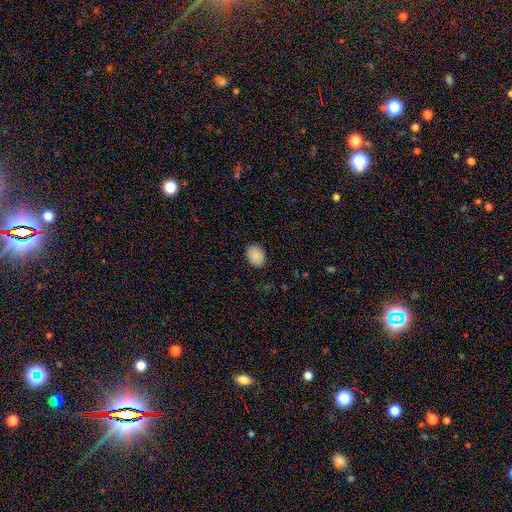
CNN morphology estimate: Smooth or featured: smooth — 88% (star or artifact — 7%)
How rounded: in between — 67% (round — 32%)
Merging: none — 87% (minor disturbance — 10%)